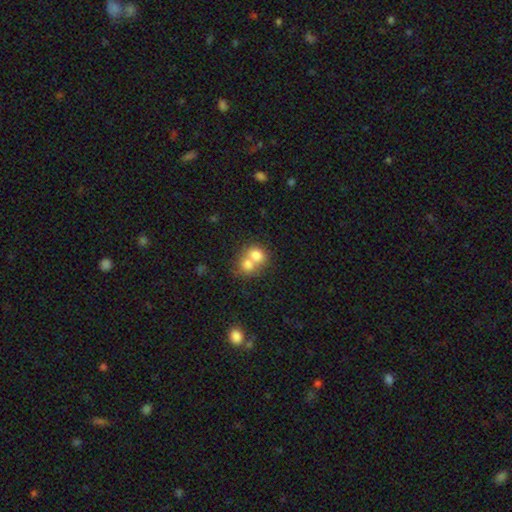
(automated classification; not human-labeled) Smooth or featured? smooth (74%)
How rounded? round (62%)
Merging? merger (68%)